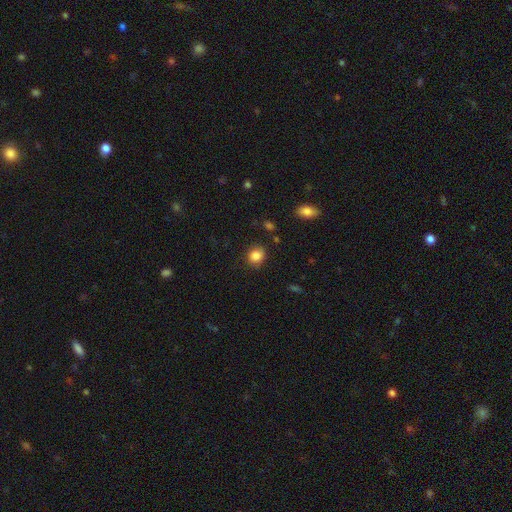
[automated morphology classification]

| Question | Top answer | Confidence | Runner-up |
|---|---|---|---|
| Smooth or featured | smooth | 85% | star or artifact (10%) |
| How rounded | round | 72% | in between (27%) |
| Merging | none | 81% | minor disturbance (14%) |